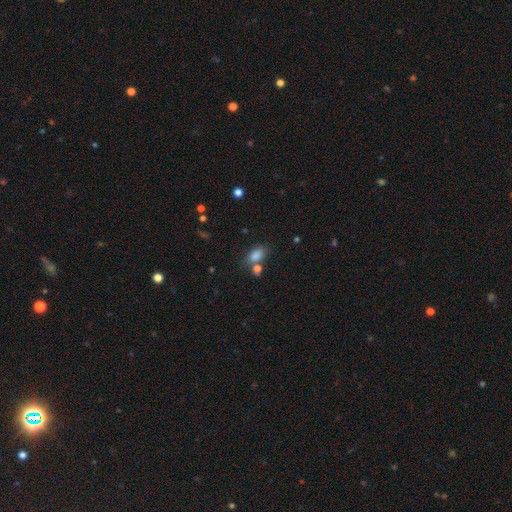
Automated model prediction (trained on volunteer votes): A smooth galaxy with no disk features (82%) that is in between round and cigar-shaped (85%). Merging: none (58%).